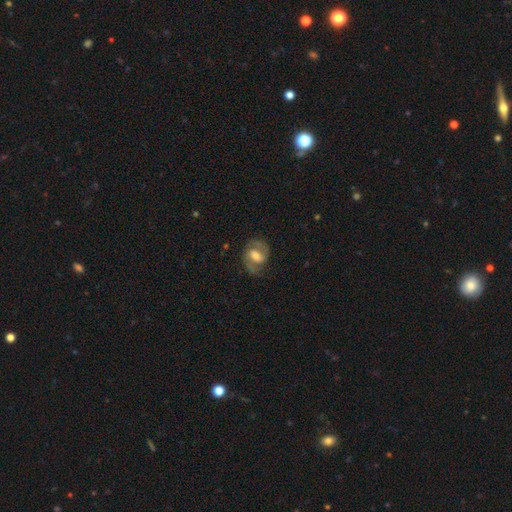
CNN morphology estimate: This appears to be a featured or disk galaxy (74%) with a weak bar (49%), 2 (87%) medium (54%) spiral arms (90%) and a moderate central bulge (52%). Merging: none (71%).